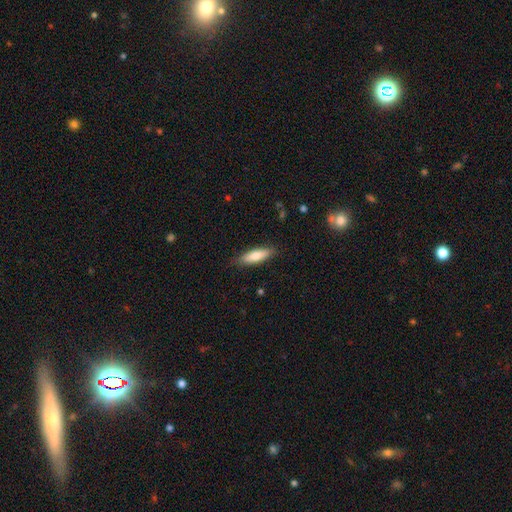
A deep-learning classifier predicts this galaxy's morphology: Smooth or featured?
  - smooth: 77% *
  - featured or disk: 18%
  - star or artifact: 6%
How rounded?
  - cigar-shaped: 53% *
  - in between: 45%
  - round: 2%
Merging?
  - none: 85% *
  - minor disturbance: 12%
  - major disturbance: 2%
  - merger: 1%